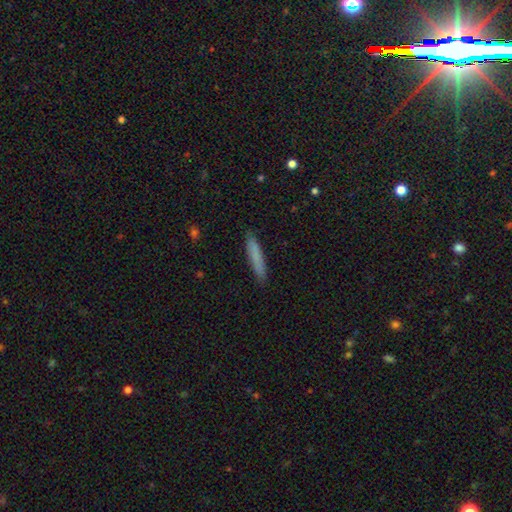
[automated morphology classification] type=smooth (79%); roundness=cigar-shaped (93%); merging=none (89%).